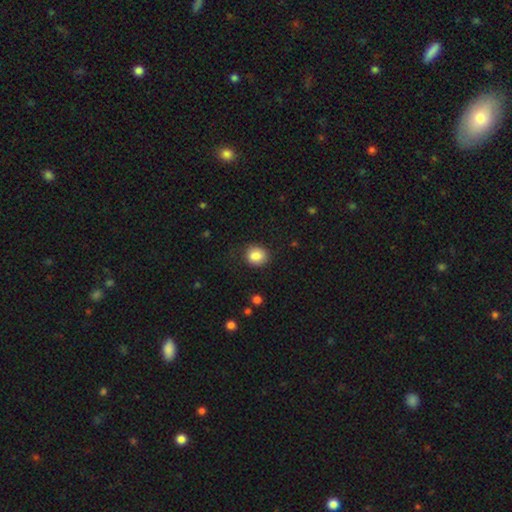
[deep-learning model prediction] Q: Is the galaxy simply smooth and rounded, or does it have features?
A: smooth — 85%.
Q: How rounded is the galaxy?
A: round — 74%.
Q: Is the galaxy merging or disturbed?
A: none — 80%.